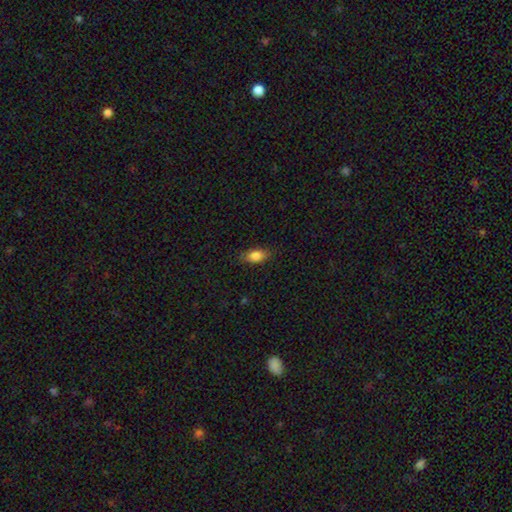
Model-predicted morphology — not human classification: A smooth galaxy with no disk features (84%) that is in between round and cigar-shaped (86%).

Vote fractions:
- Smooth or featured? smooth: 84% / featured or disk: 8% / star or artifact: 8%
- How rounded? in between: 86% / cigar-shaped: 8% / round: 6%
- Merging? none: 83% / minor disturbance: 13% / major disturbance: 3% / merger: 1%